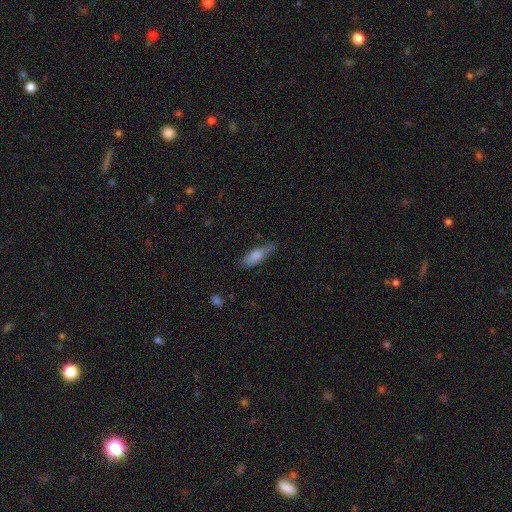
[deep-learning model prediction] smooth_or_featured: smooth (p=0.76) [alt: featured or disk p=0.17]
how_rounded: in between (p=0.56) [alt: cigar-shaped p=0.42]
merging: none (p=0.67) [alt: minor disturbance p=0.26]